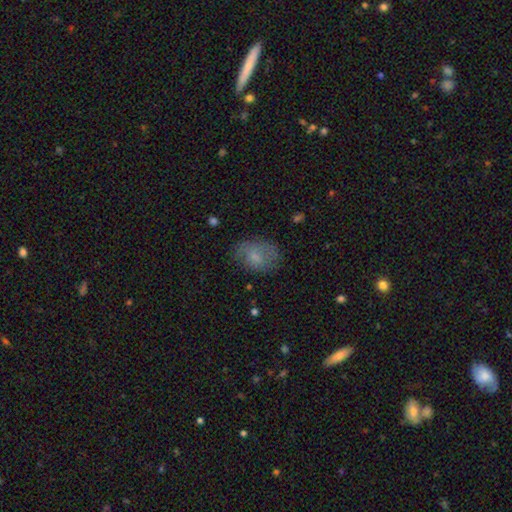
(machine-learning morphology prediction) smooth 67%, featured or disk 24%, star or artifact 9%. Down the decision tree: how rounded — in between (76%); merging — none (61%).